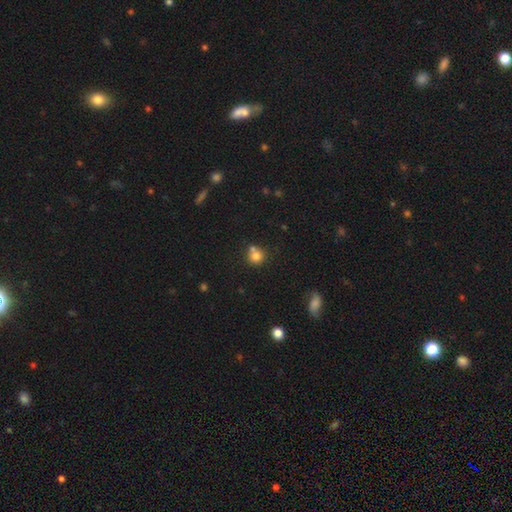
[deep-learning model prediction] Smooth or featured?
  - smooth: 78% *
  - star or artifact: 13%
  - featured or disk: 9%
How rounded?
  - round: 88% *
  - in between: 11%
  - cigar-shaped: 1%
Merging?
  - none: 54% *
  - merger: 33%
  - minor disturbance: 9%
  - major disturbance: 3%